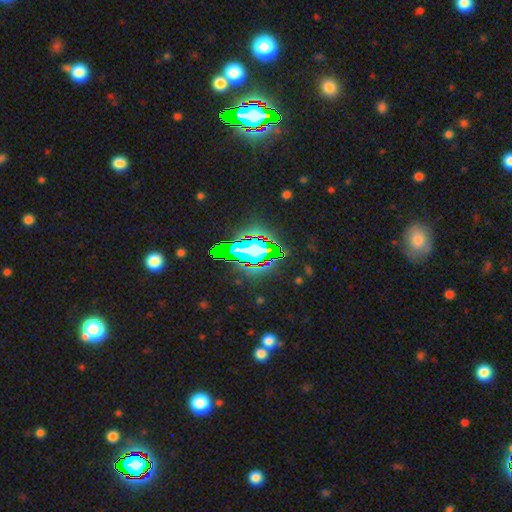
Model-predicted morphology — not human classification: smooth_or_featured: star or artifact (p=0.74) [alt: smooth p=0.14]